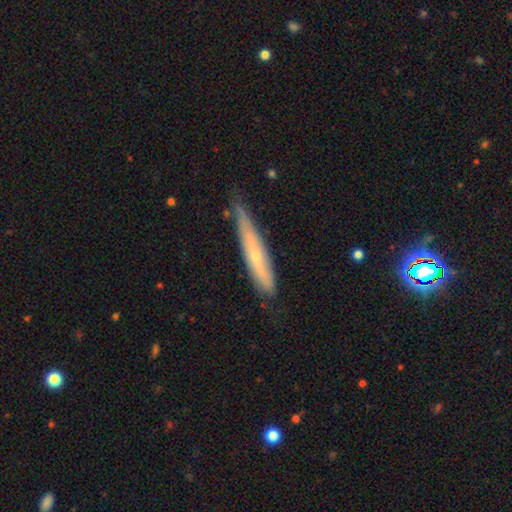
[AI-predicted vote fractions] Smooth or featured?
  - featured or disk: 52% *
  - smooth: 41%
  - star or artifact: 7%
Edge-on disk?
  - yes: 77% *
  - no: 23%
Merging?
  - none: 64% *
  - minor disturbance: 29%
  - major disturbance: 5%
  - merger: 2%